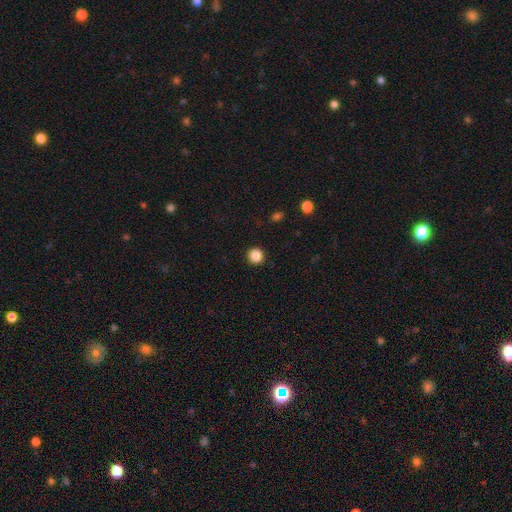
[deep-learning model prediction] Smooth or featured? Predicted: smooth (p=0.87). How rounded? Predicted: round (p=0.94). Merging? Predicted: none (p=0.92).